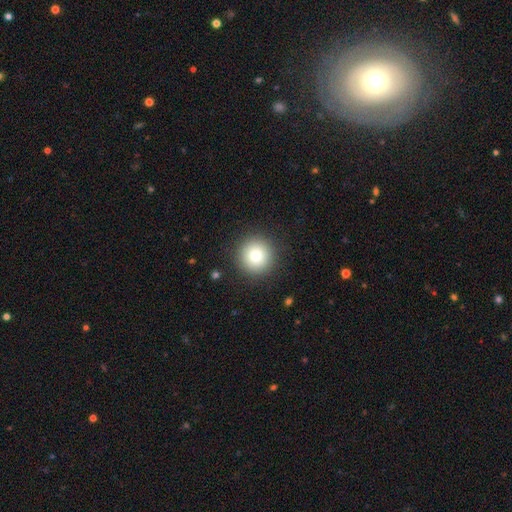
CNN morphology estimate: smooth 79%, star or artifact 11%, featured or disk 9%. Down the decision tree: how rounded — round (95%); merging — none (91%).